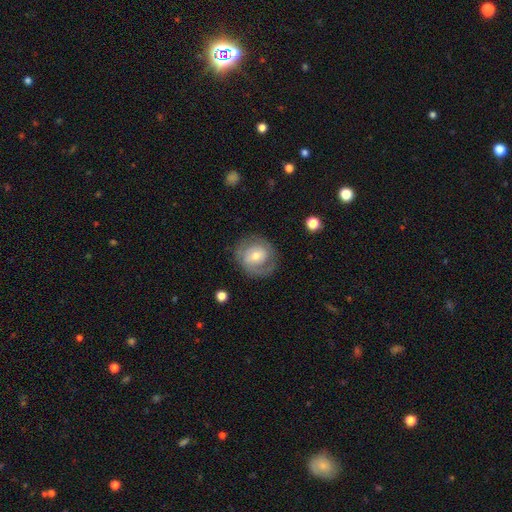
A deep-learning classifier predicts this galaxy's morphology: Smooth or featured? Predicted: featured or disk (p=0.61). Edge-on disk? Predicted: no (p=0.97). Bar? Predicted: no (p=0.55). Spiral arms? Predicted: yes (p=0.72). Bulge size? Predicted: moderate (p=0.51). Merging? Predicted: none (p=0.74).